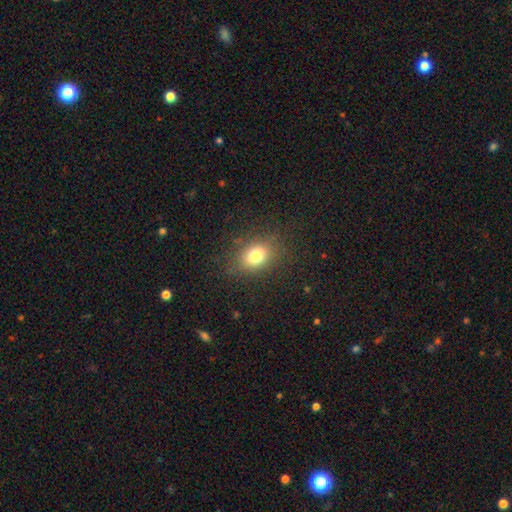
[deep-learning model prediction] smooth-or-featured: smooth: 78% | star or artifact: 12% | featured or disk: 10%
  how-rounded: in between: 67% | round: 32% | cigar-shaped: 1%
  merging: none: 81% | minor disturbance: 12% | major disturbance: 5% | merger: 1%